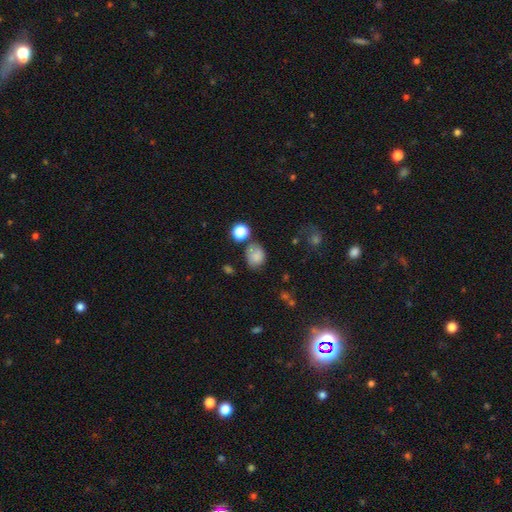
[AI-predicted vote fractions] This is likely a smooth galaxy (79%). How rounded: possibly round (50%). Merging: possibly none (55%).